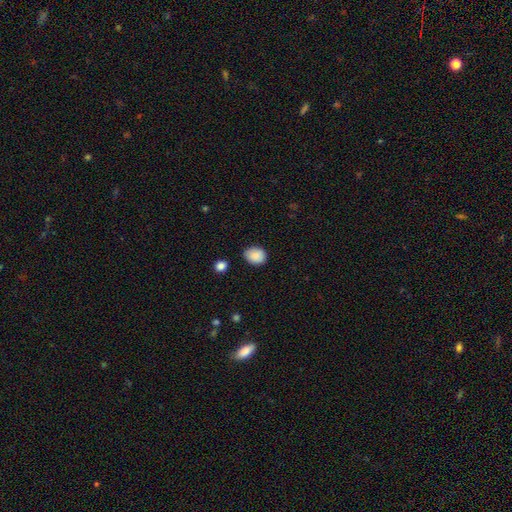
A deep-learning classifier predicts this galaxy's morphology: smooth_or_featured: smooth (p=0.87) [alt: star or artifact p=0.08]
how_rounded: round (p=0.52) [alt: in between p=0.47]
merging: none (p=0.77) [alt: minor disturbance p=0.18]